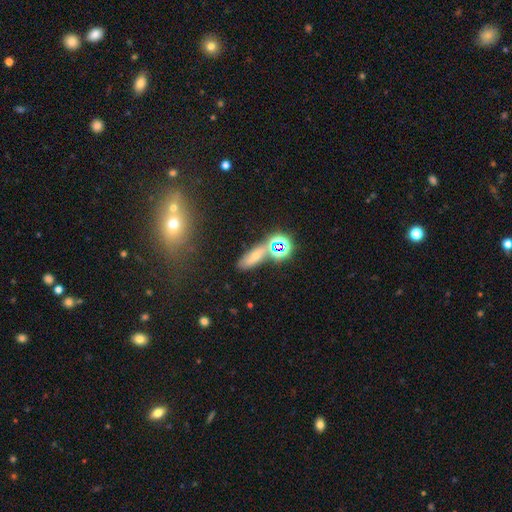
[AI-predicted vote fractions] Overall: smooth (49%; star or artifact 32%). Merging: none (59%).